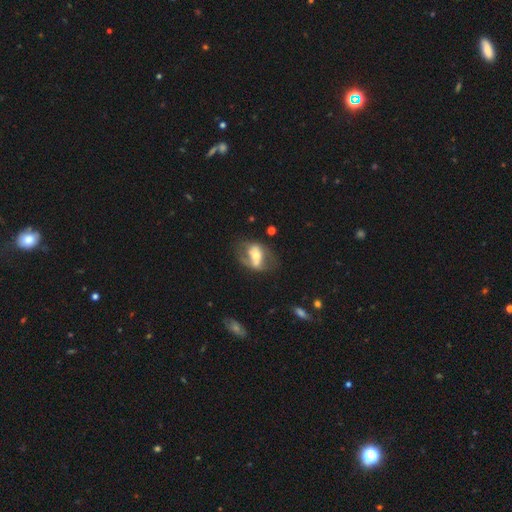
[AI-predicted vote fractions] Morphology: type=featured or disk (61%); edge-on=no (92%); bar=no (37%); spiral arms=yes (56%); bulge=moderate (55%); merging=none (45%).